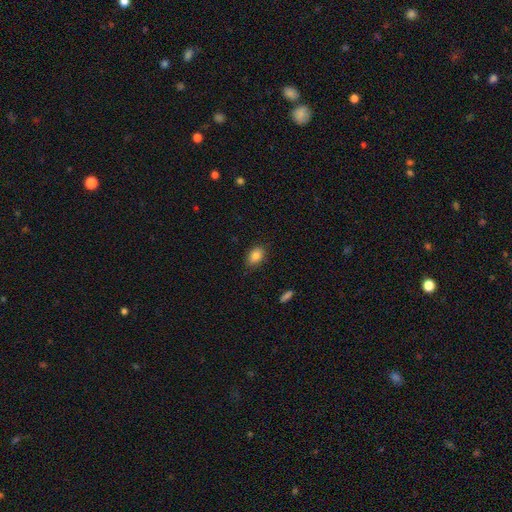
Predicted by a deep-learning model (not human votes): This is clearly a smooth galaxy (84%). How rounded: clearly in between (83%). Merging: clearly none (85%).